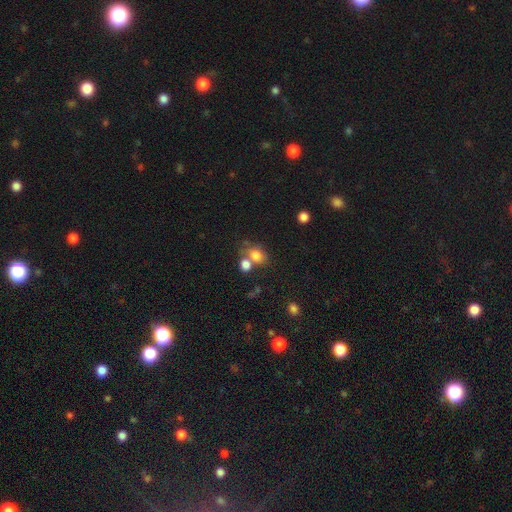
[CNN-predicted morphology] Q: Smooth or featured?
A: smooth (77%); runner-up: star or artifact (12%)
Q: How rounded?
A: in between (59%); runner-up: round (40%)
Q: Merging?
A: none (41%); runner-up: merger (38%)